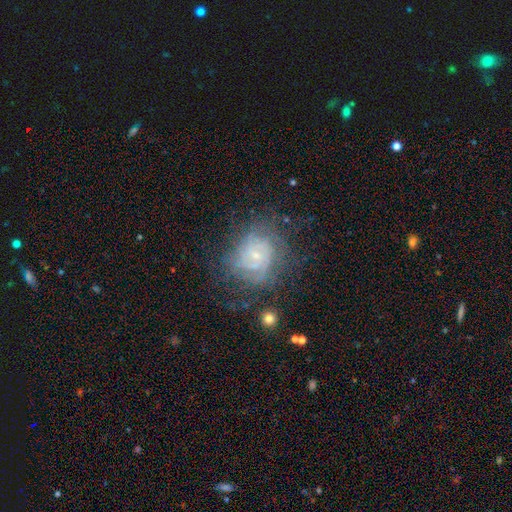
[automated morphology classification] A featured or disk galaxy (75%) with no bar (67%), tight (64%) spiral arms (88%) and a small central bulge (76%). Merging: none (63%).